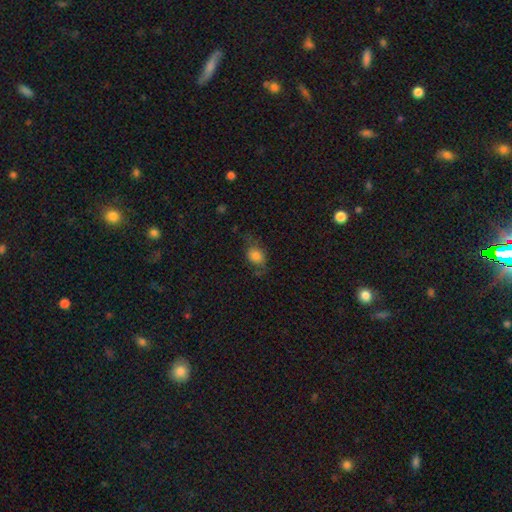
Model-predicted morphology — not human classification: Smooth or featured?
  - smooth: 74% *
  - featured or disk: 16%
  - star or artifact: 10%
How rounded?
  - in between: 67% *
  - round: 31%
  - cigar-shaped: 2%
Merging?
  - none: 56% *
  - minor disturbance: 28%
  - major disturbance: 14%
  - merger: 2%